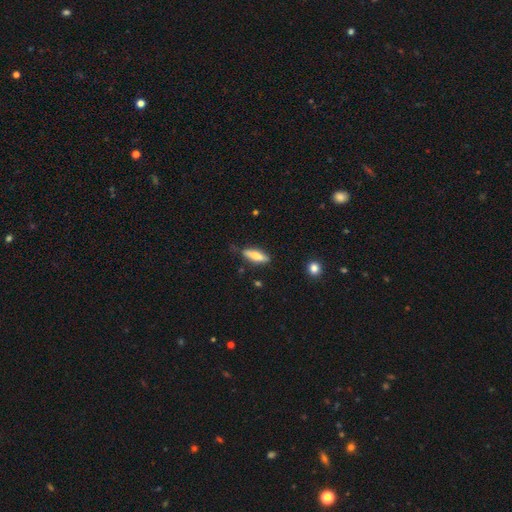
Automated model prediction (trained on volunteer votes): smooth_or_featured: smooth (p=0.61) [alt: featured or disk p=0.33]
how_rounded: cigar-shaped (p=0.57) [alt: in between p=0.41]
merging: none (p=0.77) [alt: minor disturbance p=0.18]